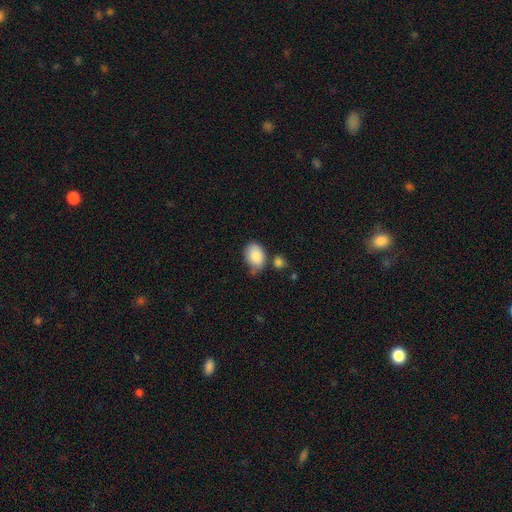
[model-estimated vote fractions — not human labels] Smooth or featured? Predicted: smooth (p=0.85). How rounded? Predicted: in between (p=0.79). Merging? Predicted: none (p=0.57).